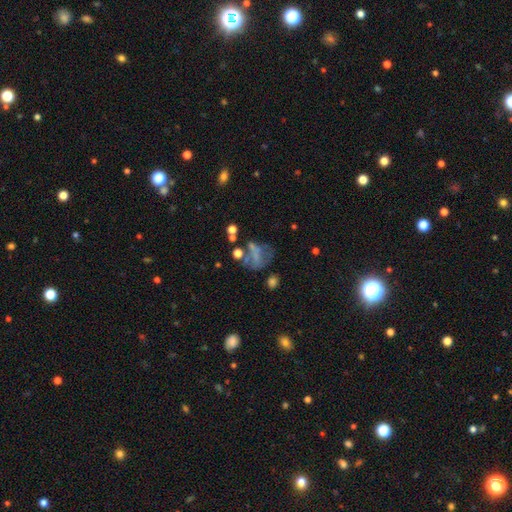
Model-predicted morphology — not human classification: This is marginally a smooth galaxy (42%). Merging: marginally none (35%).